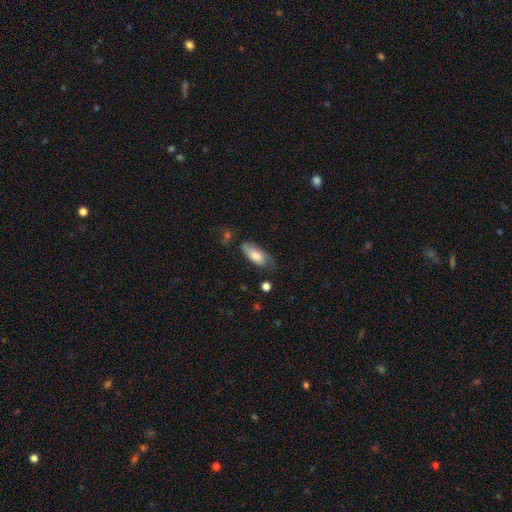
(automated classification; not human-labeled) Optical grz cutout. It shows a smooth galaxy with no disk features (68%) that is in between round and cigar-shaped (80%). Merging: none (52%).